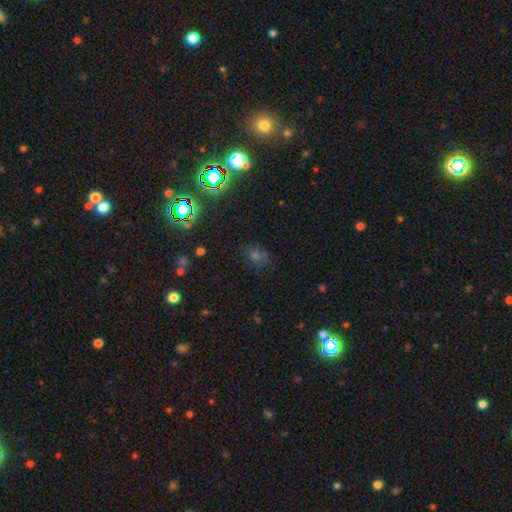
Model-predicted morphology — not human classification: type=star or artifact (46%).